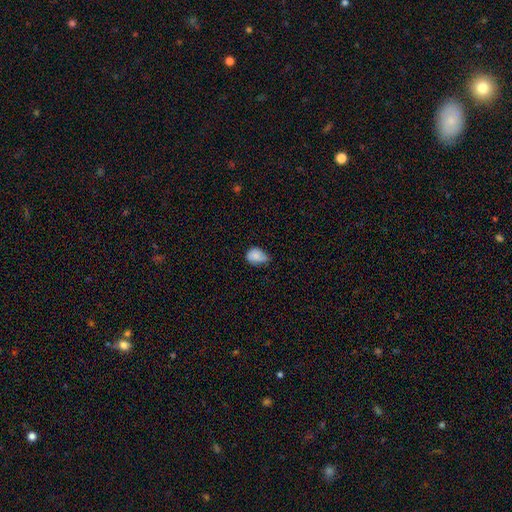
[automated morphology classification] A smooth galaxy with no disk features (82%) that is in between round and cigar-shaped (62%). Merging: minor disturbance (51%).